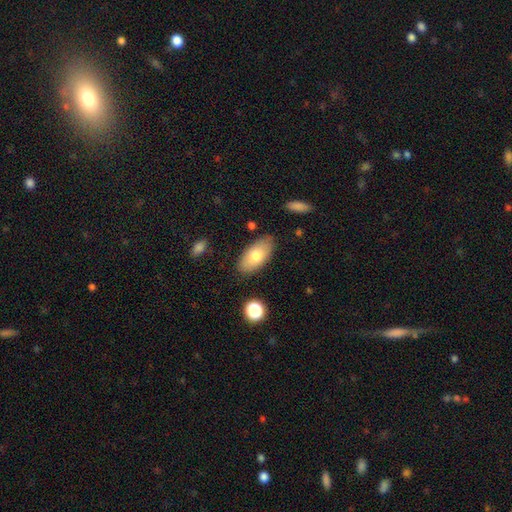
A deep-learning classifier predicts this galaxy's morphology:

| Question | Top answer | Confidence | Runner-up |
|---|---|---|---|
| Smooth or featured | smooth | 73% | featured or disk (20%) |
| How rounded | in between | 92% | cigar-shaped (5%) |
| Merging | none | 84% | minor disturbance (12%) |